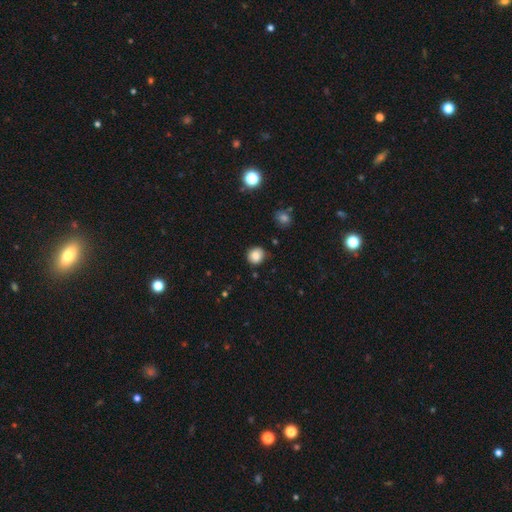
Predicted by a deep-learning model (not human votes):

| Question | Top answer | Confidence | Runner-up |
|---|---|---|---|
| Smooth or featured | smooth | 84% | star or artifact (11%) |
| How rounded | round | 88% | in between (12%) |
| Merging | none | 83% | minor disturbance (12%) |